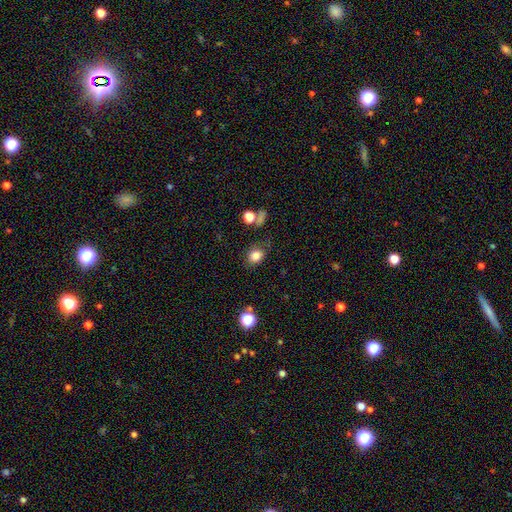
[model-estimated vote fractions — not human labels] Morphology: type=smooth (82%); roundness=in between (51%); merging=none (75%).